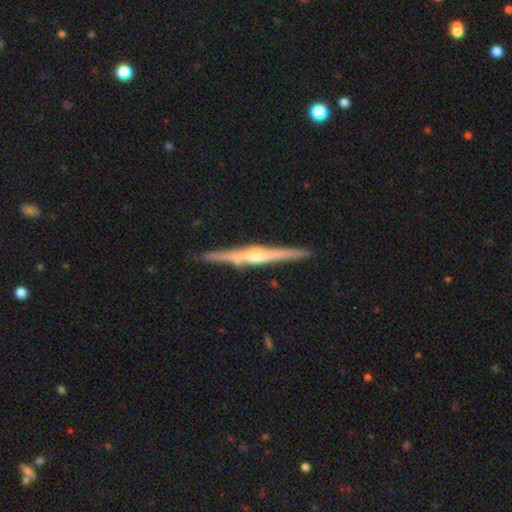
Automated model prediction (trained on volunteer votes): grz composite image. It shows a featured or disk galaxy (80%) viewed edge-on (98%) with a rounded central bulge (64%). Merging: none (89%).